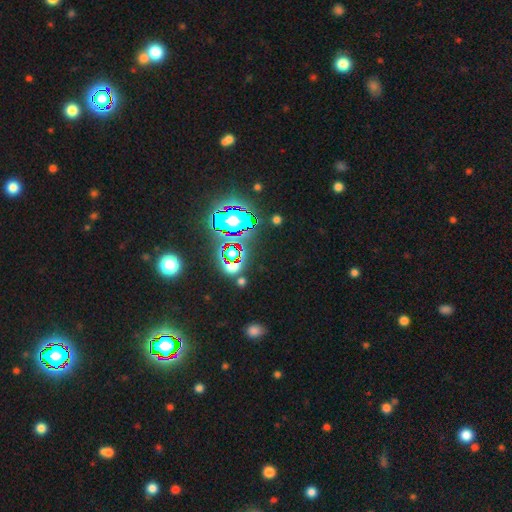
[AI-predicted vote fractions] A star or artifact, not a galaxy (83%).

Vote fractions:
- Smooth or featured? star or artifact: 83% / smooth: 10% / featured or disk: 7%